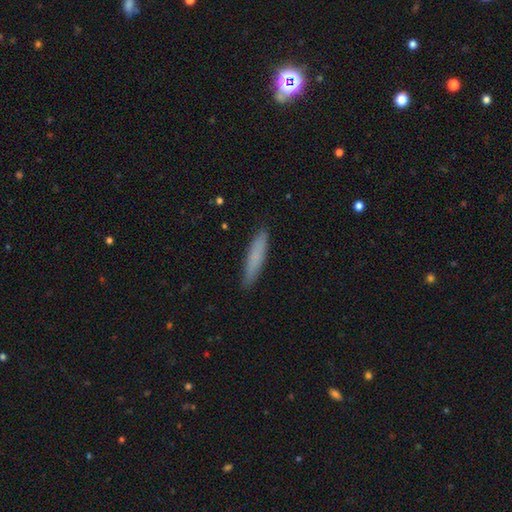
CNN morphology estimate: smooth_or_featured: smooth (p=0.76) [alt: featured or disk p=0.17]
how_rounded: cigar-shaped (p=0.89) [alt: in between p=0.10]
merging: none (p=0.89) [alt: minor disturbance p=0.08]